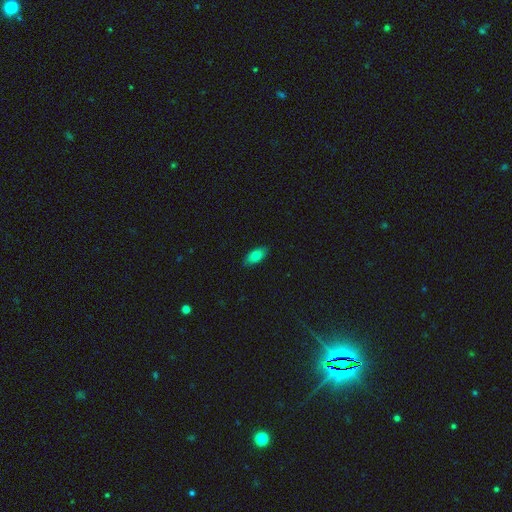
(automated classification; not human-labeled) Q: Smooth or featured?
A: smooth (79%); runner-up: featured or disk (13%)
Q: How rounded?
A: in between (88%); runner-up: cigar-shaped (9%)
Q: Merging?
A: none (88%); runner-up: minor disturbance (10%)